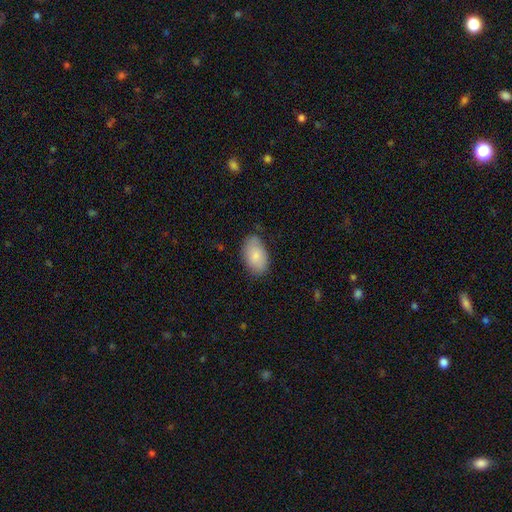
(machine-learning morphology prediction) Smooth or featured?
  - smooth: 83% *
  - featured or disk: 11%
  - star or artifact: 6%
How rounded?
  - in between: 94% *
  - round: 5%
  - cigar-shaped: 1%
Merging?
  - none: 74% *
  - minor disturbance: 21%
  - major disturbance: 4%
  - merger: 1%